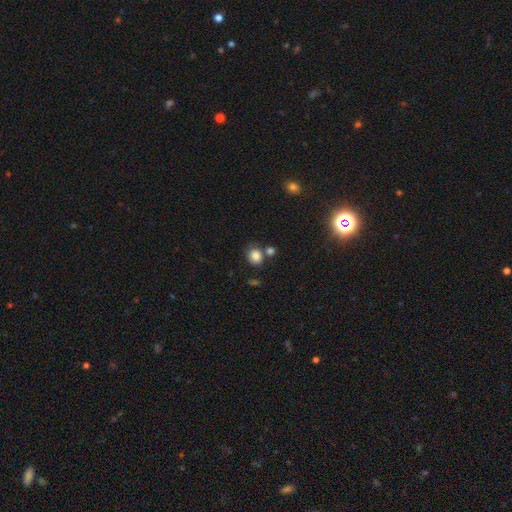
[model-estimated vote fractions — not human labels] Overall: smooth (83%). How rounded: round (70%; in between 30%). Merging: none (64%).